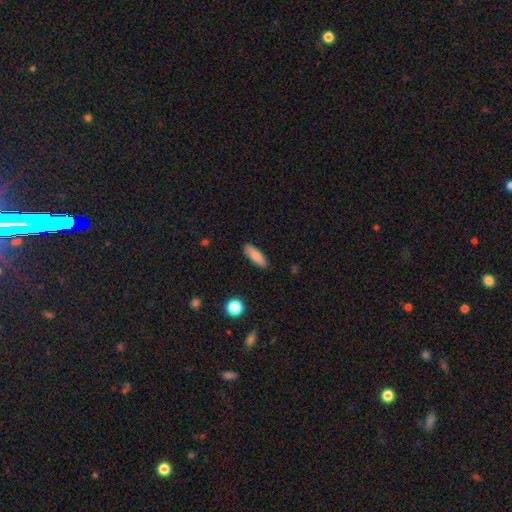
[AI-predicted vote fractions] This is clearly a smooth galaxy (85%). How rounded: possibly in between (53%). Merging: clearly none (88%).